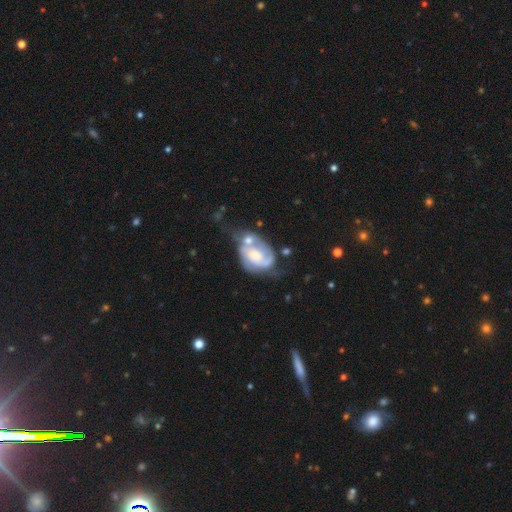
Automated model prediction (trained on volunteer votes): Smooth or featured? Predicted: featured or disk (p=0.75). Edge-on disk? Predicted: no (p=0.97). Bar? Predicted: no (p=0.64). Spiral arms? Predicted: yes (p=0.87). Spiral winding? Predicted: tight (p=0.42). Spiral arm count? Predicted: 2 (p=0.57). Bulge size? Predicted: moderate (p=0.45). Merging? Predicted: merger (p=0.35).